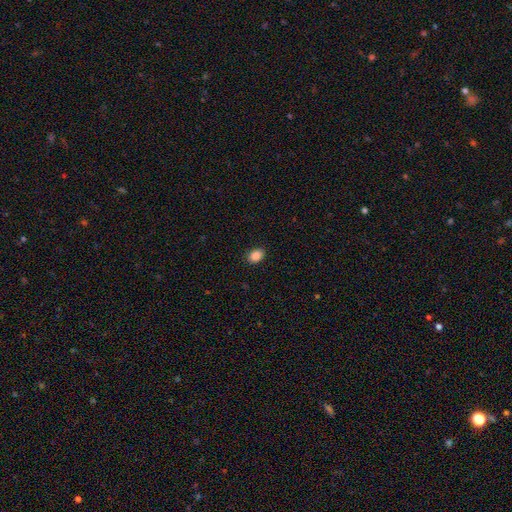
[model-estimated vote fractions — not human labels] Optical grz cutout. It shows a smooth galaxy with no disk features (88%) that is in between round and cigar-shaped (72%). Merging: none (89%).